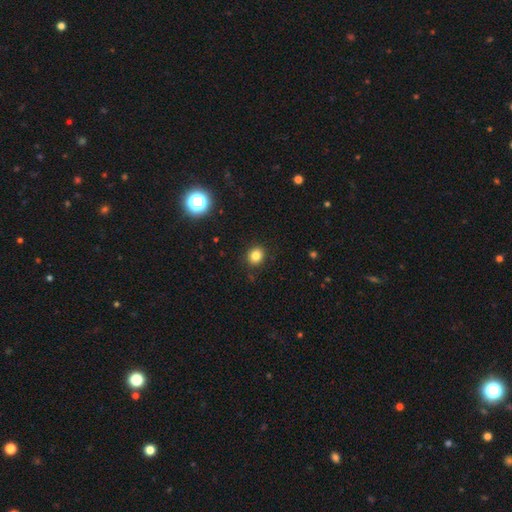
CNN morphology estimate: A smooth galaxy with no disk features (81%) that is round (75%). Merging: none (89%).